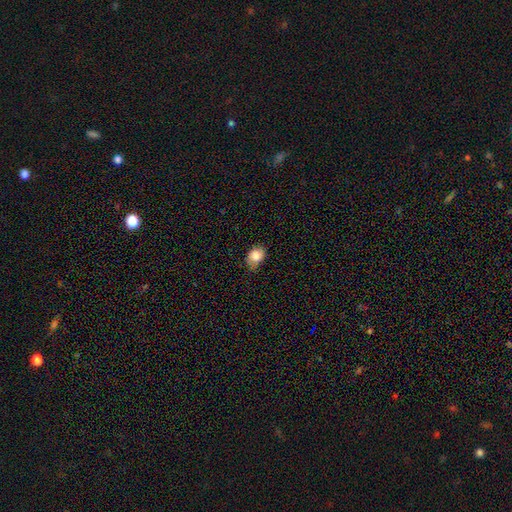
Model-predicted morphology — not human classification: Smooth or featured? smooth (83%)
How rounded? in between (65%)
Merging? none (61%)